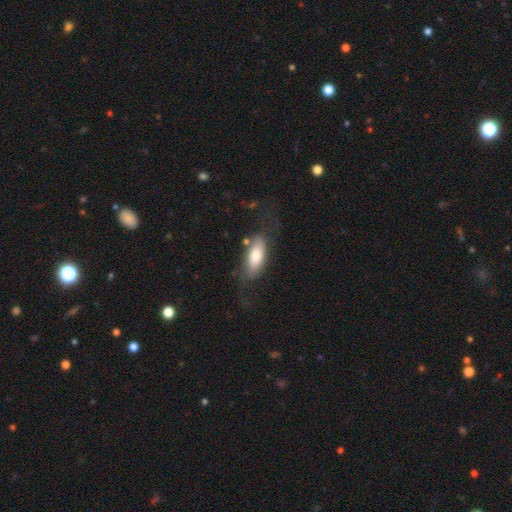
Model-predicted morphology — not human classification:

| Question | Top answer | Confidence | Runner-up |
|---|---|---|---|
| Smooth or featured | smooth | 72% | featured or disk (22%) |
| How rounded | in between | 79% | cigar-shaped (19%) |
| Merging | none | 63% | minor disturbance (21%) |